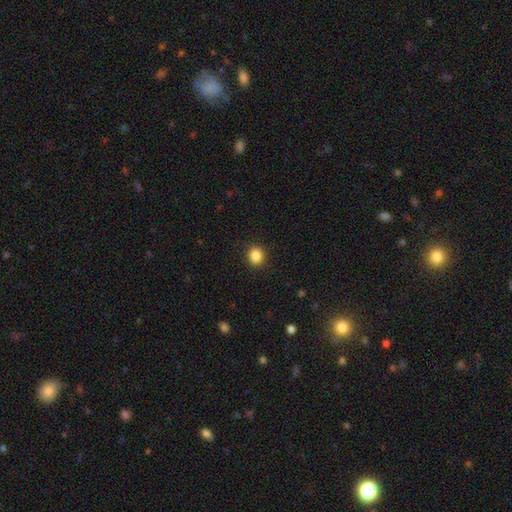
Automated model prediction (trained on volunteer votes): This appears to be a smooth galaxy with no disk features (86%) that is round (79%). Merging: none (91%).